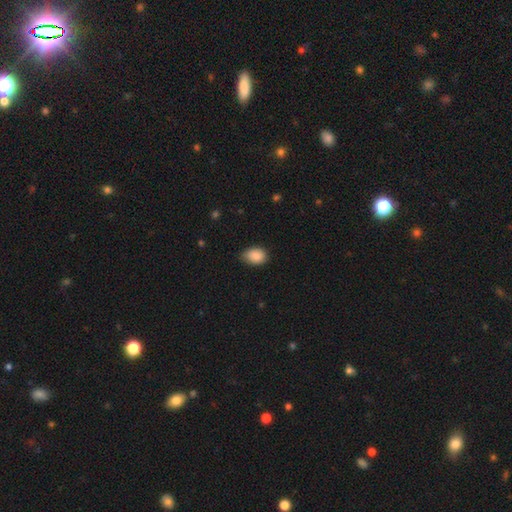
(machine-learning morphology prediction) smooth-or-featured: smooth: 87% | star or artifact: 8% | featured or disk: 5%
  how-rounded: in between: 76% | round: 23% | cigar-shaped: 1%
  merging: none: 75% | minor disturbance: 21% | major disturbance: 3% | merger: 1%